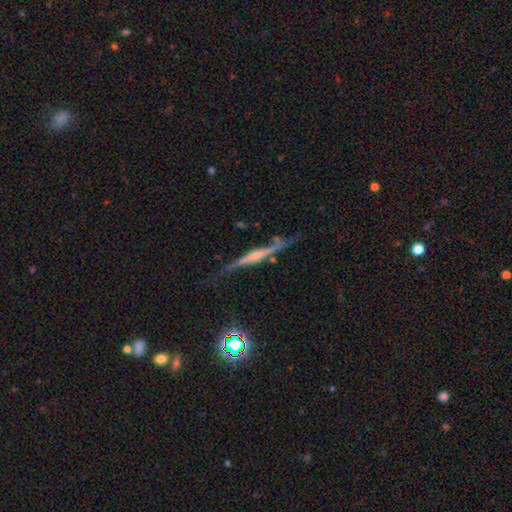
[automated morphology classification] smooth-or-featured: featured or disk: 74% | smooth: 18% | star or artifact: 8%
  disk-edge-on: yes: 90% | no: 10%
    edge-on-bulge: rounded: 53% | none: 28% | boxy: 18%
  merging: none: 61% | minor disturbance: 24% | major disturbance: 10% | merger: 6%